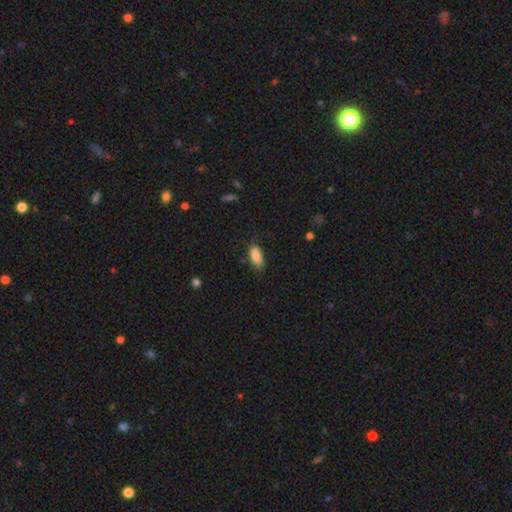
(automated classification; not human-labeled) This appears to be a smooth galaxy with no disk features (87%) that is in between round and cigar-shaped (88%). Merging: none (69%).